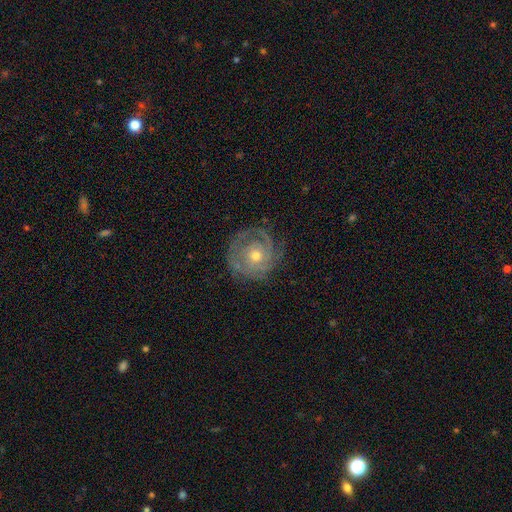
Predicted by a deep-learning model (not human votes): featured or disk 82%, smooth 12%, star or artifact 6%. Down the decision tree: edge-on disk — no (97%); bar — no (82%); spiral arms — yes (92%); spiral arm count — can't tell (31%); spiral winding — tight (73%); bulge size — moderate (59%); merging — none (74%).